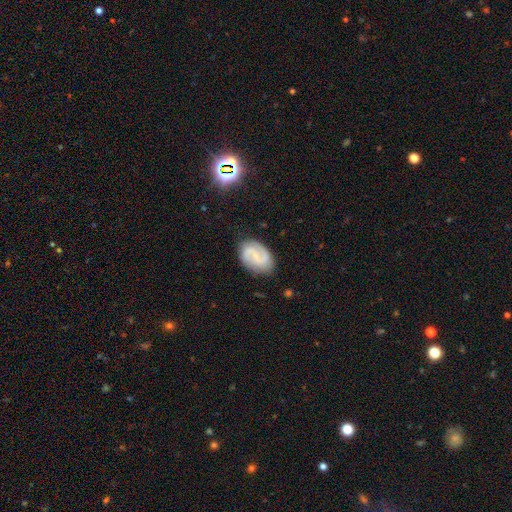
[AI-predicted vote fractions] Morphology: type=featured or disk (75%); edge-on=no (98%); bar=weak (50%); spiral arms=yes (94%); winding=medium (47%); arm count=2 (88%); bulge=small (61%); merging=none (81%).